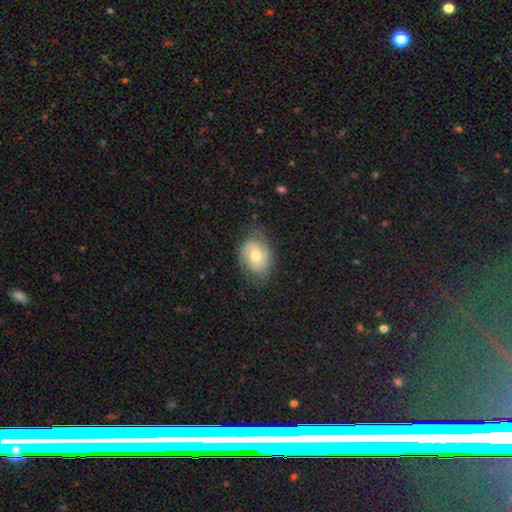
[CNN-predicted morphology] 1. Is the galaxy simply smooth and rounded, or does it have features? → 63% featured or disk, 30% smooth, 7% star or artifact.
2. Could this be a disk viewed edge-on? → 96% no, 4% yes.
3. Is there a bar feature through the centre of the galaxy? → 60% no, 33% weak, 7% strong.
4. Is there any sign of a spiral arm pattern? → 86% yes, 14% no.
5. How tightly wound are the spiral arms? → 48% tight, 37% medium, 15% loose.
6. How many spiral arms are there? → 67% 2, 18% can't tell, 8% 1, 5% 3, 2% 4, 1% more than 4.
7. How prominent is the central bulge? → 72% moderate, 18% small, 8% large, 1% none, 1% dominant.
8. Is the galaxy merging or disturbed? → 69% none, 21% minor disturbance, 8% major disturbance, 1% merger.